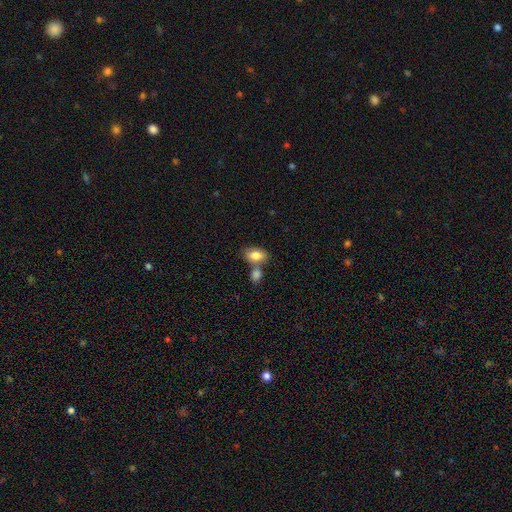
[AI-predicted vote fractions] A smooth galaxy with no disk features (83%) that is in between round and cigar-shaped (88%). Merging: none (49%).